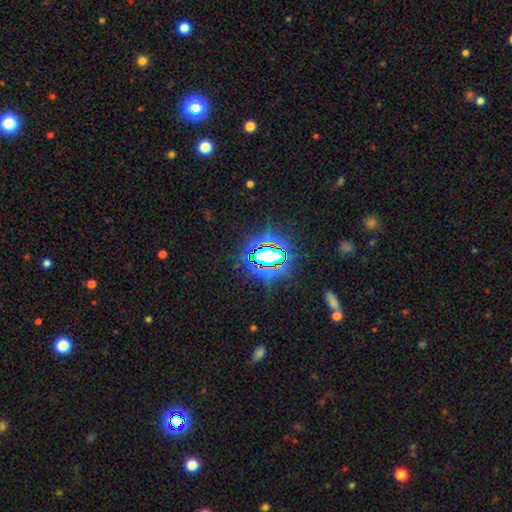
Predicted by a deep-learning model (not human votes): A star or artifact, not a galaxy (79%).